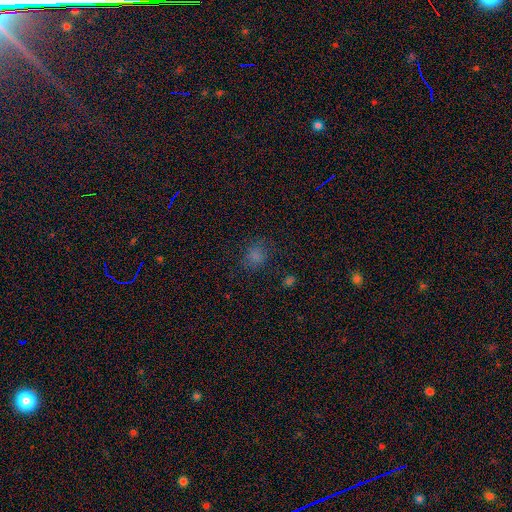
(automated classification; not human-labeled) smooth-or-featured: smooth: 73% | star or artifact: 20% | featured or disk: 6%
  how-rounded: round: 66% | in between: 33% | cigar-shaped: 1%
  merging: none: 76% | minor disturbance: 15% | major disturbance: 6% | merger: 2%